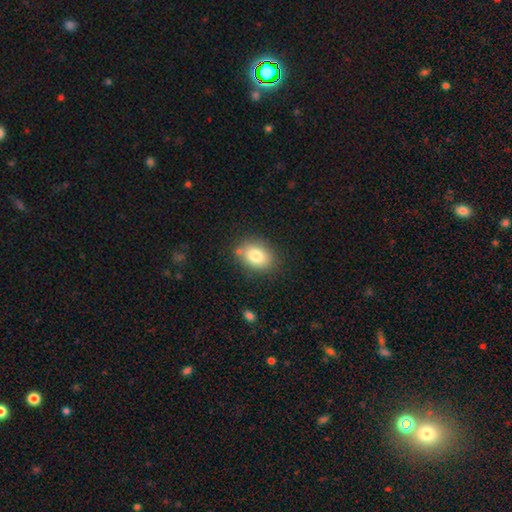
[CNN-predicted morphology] Smooth or featured? Predicted: smooth (p=0.82). How rounded? Predicted: in between (p=0.69). Merging? Predicted: none (p=0.81).